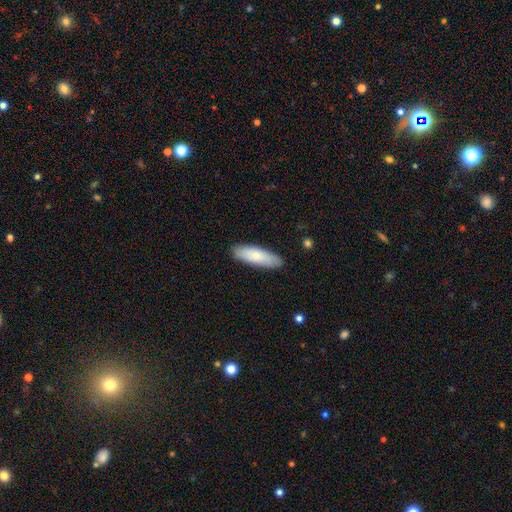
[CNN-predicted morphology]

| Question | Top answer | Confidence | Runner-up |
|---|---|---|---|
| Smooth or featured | smooth | 79% | featured or disk (15%) |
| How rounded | cigar-shaped | 52% | in between (46%) |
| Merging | none | 88% | minor disturbance (9%) |